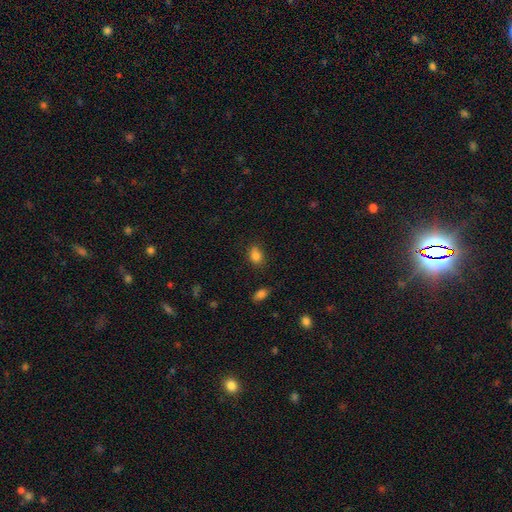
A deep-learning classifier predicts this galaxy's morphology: Smooth or featured: smooth — 83% (star or artifact — 11%)
How rounded: in between — 66% (round — 33%)
Merging: none — 76% (minor disturbance — 17%)